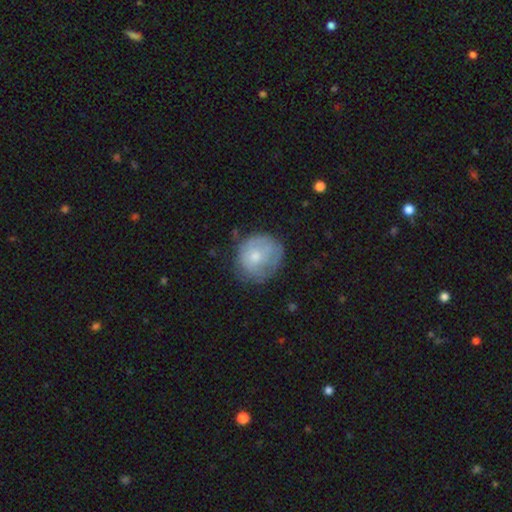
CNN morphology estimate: type=smooth (56%); roundness=round (81%); merging=none (63%).